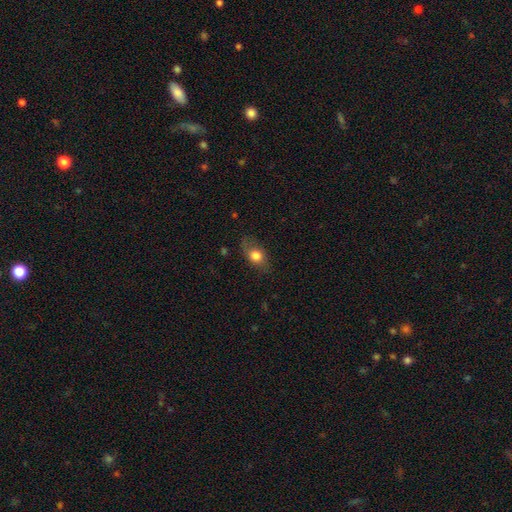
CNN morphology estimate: A smooth galaxy with no disk features (72%) that is in between round and cigar-shaped (71%).

Vote fractions:
- Smooth or featured? smooth: 72% / featured or disk: 19% / star or artifact: 9%
- How rounded? in between: 71% / round: 24% / cigar-shaped: 4%
- Merging? none: 72% / minor disturbance: 20% / major disturbance: 7% / merger: 1%